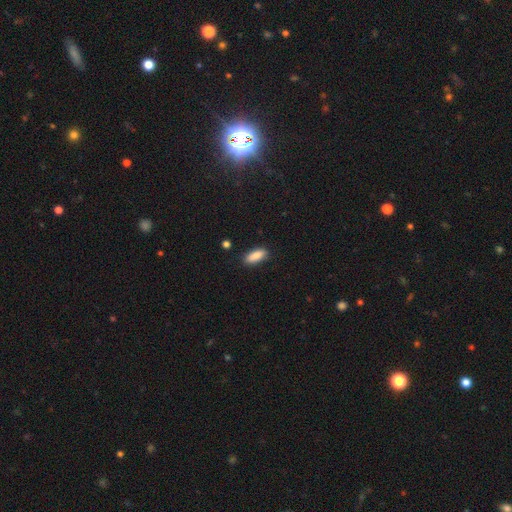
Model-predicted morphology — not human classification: Smooth or featured?
  - smooth: 88% *
  - star or artifact: 7%
  - featured or disk: 5%
How rounded?
  - in between: 77% *
  - cigar-shaped: 21%
  - round: 2%
Merging?
  - none: 84% *
  - minor disturbance: 12%
  - major disturbance: 2%
  - merger: 2%